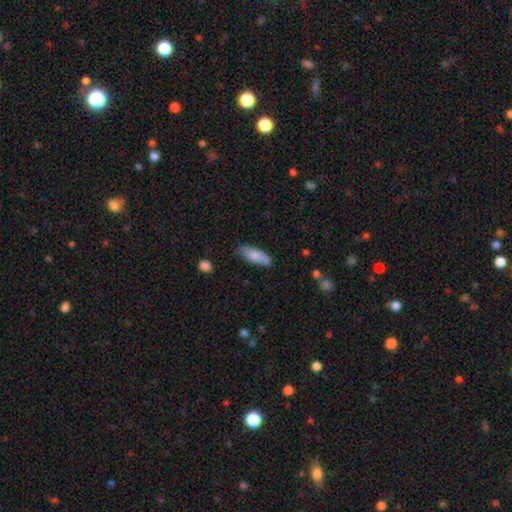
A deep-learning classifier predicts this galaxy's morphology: Smooth or featured: smooth — 78% (featured or disk — 16%)
How rounded: in between — 64% (cigar-shaped — 34%)
Merging: none — 74% (minor disturbance — 20%)